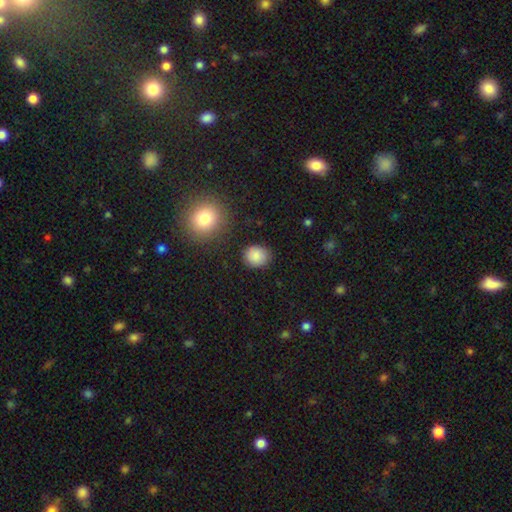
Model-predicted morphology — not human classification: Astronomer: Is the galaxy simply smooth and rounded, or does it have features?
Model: smooth — 86%.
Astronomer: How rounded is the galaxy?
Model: round — 76%.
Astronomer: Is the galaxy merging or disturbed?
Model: none — 86%.